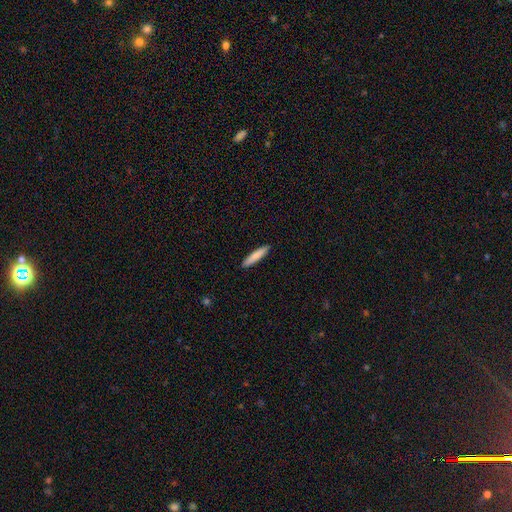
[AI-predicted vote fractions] Smooth or featured? Predicted: smooth (p=0.82). How rounded? Predicted: cigar-shaped (p=0.89). Merging? Predicted: none (p=0.91).